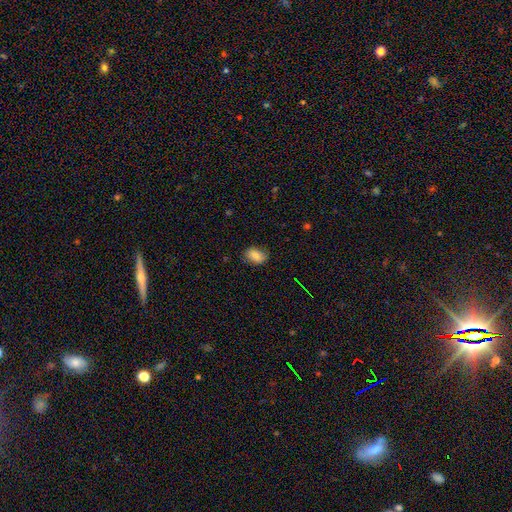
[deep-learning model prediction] smooth-or-featured: smooth: 84% | star or artifact: 8% | featured or disk: 8%
  how-rounded: in between: 83% | round: 16% | cigar-shaped: 1%
  merging: none: 83% | minor disturbance: 13% | major disturbance: 3% | merger: 1%